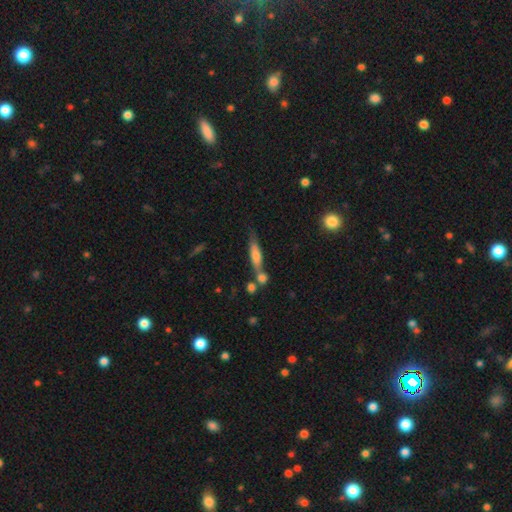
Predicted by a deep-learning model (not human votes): A smooth galaxy with no disk features (54%) that is cigar-shaped (76%). Merging: none (55%).